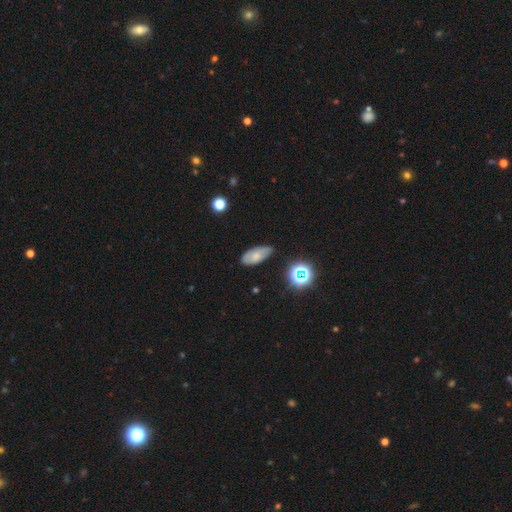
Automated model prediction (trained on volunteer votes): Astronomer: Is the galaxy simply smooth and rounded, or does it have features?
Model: smooth — 59%.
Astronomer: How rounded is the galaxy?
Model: in between — 90%.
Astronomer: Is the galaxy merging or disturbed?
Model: none — 67%.